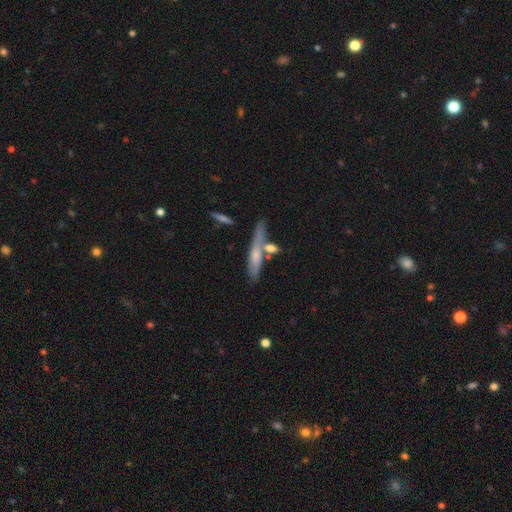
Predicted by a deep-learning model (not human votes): This is possibly a smooth galaxy (49%). Merging: likely none (63%).